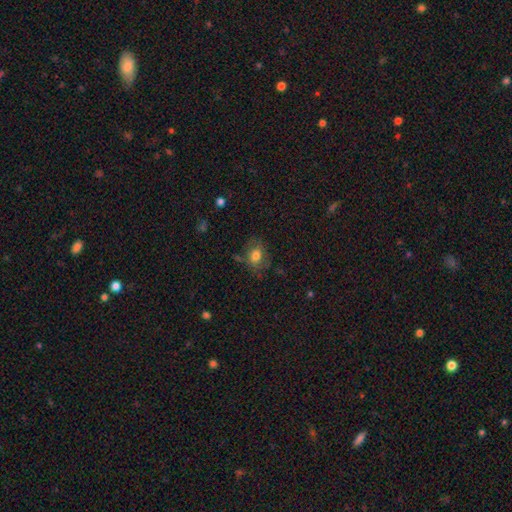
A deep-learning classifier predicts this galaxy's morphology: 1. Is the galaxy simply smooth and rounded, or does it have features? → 73% smooth, 16% featured or disk, 10% star or artifact.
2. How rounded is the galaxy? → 62% in between, 37% round, 1% cigar-shaped.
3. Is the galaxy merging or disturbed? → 63% none, 23% minor disturbance, 10% major disturbance, 4% merger.